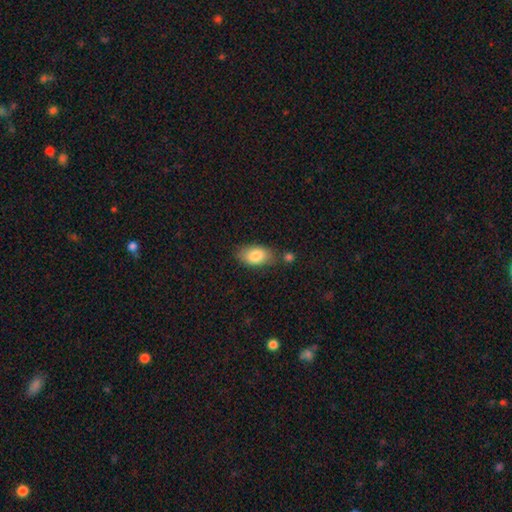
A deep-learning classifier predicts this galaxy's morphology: smooth 84%, featured or disk 9%, star or artifact 7%. Down the decision tree: how rounded — in between (91%); merging — none (69%).